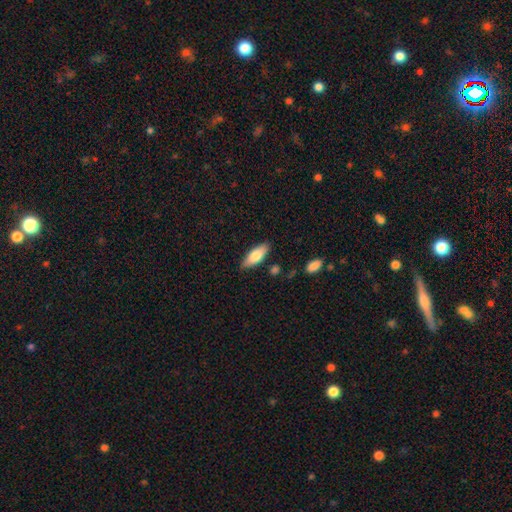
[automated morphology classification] The model was most divided on "how rounded": in between: 68%, cigar-shaped: 30%, round: 2%. More confident: merging — none (84%); smooth or featured — smooth (74%).